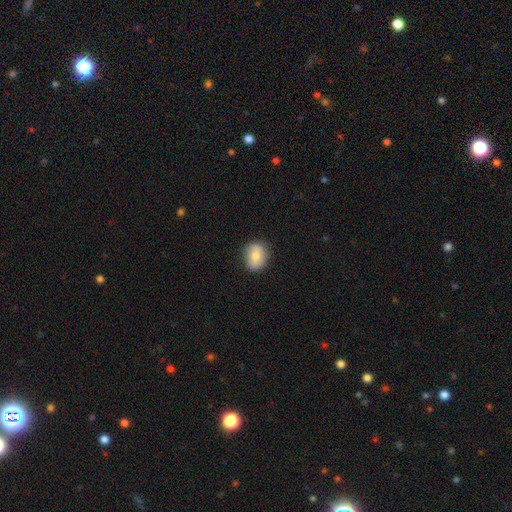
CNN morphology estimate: smooth_or_featured: smooth (p=0.76) [alt: featured or disk p=0.17]
how_rounded: round (p=0.58) [alt: in between p=0.41]
merging: none (p=0.81) [alt: minor disturbance p=0.15]